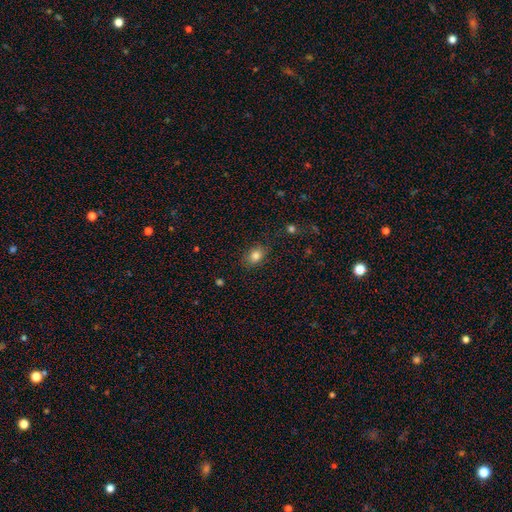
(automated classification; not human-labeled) Smooth or featured: smooth — 83% (star or artifact — 10%)
How rounded: in between — 68% (round — 30%)
Merging: none — 80% (minor disturbance — 15%)